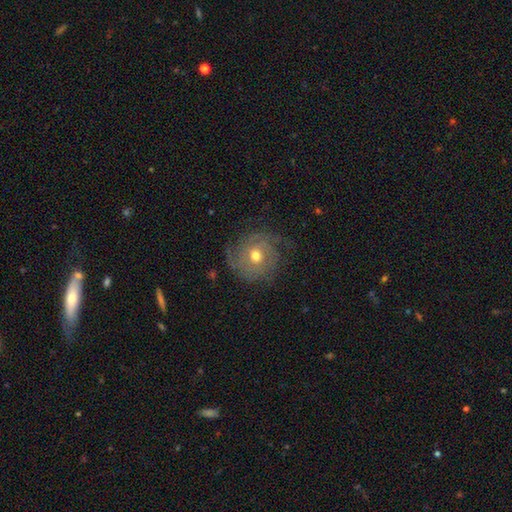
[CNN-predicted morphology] This appears to be a featured or disk galaxy (64%) with no bar (76%), tight (55%) spiral arms (81%) and a moderate central bulge (73%). Merging: none (69%).